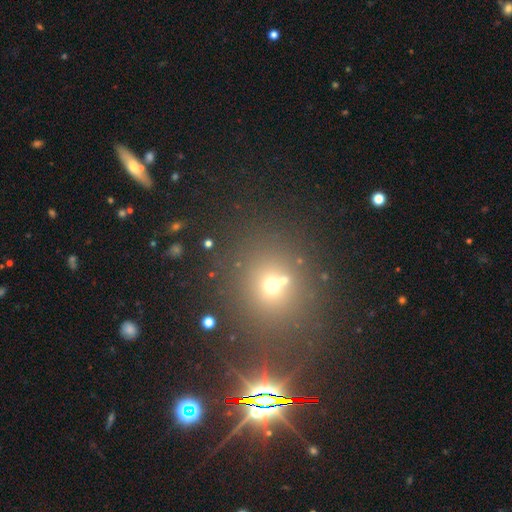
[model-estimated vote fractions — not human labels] This appears to be a star or artifact, not a galaxy (45%).